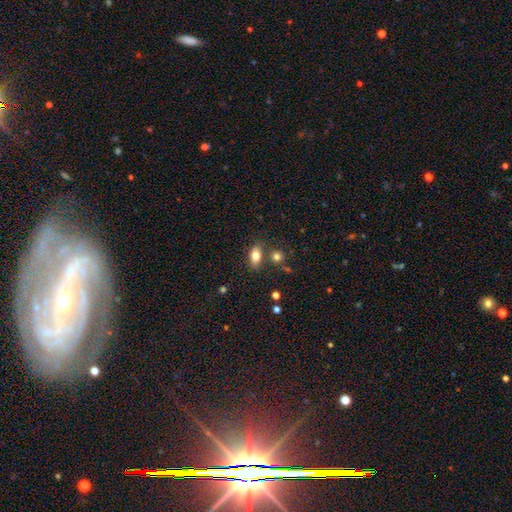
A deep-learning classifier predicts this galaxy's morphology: The model was most divided on "merging": none: 72%, minor disturbance: 13%, merger: 11%, major disturbance: 4%. More confident: how rounded — in between (85%); smooth or featured — smooth (80%).